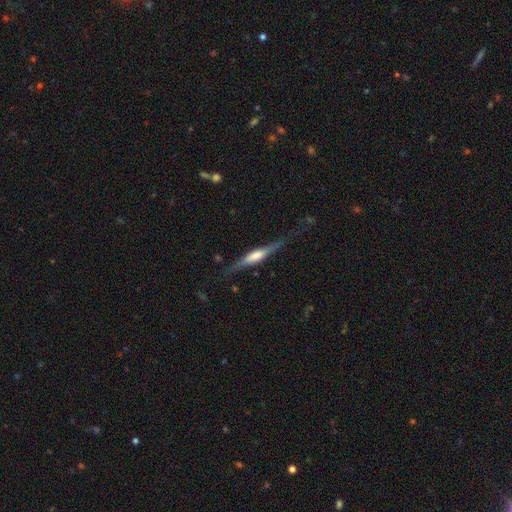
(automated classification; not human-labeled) Smooth or featured?
  - featured or disk: 68% *
  - smooth: 26%
  - star or artifact: 6%
Edge-on disk?
  - yes: 96% *
  - no: 4%
Edge-on bulge?
  - rounded: 58% *
  - boxy: 33%
  - none: 9%
Merging?
  - none: 75% *
  - minor disturbance: 18%
  - major disturbance: 6%
  - merger: 2%